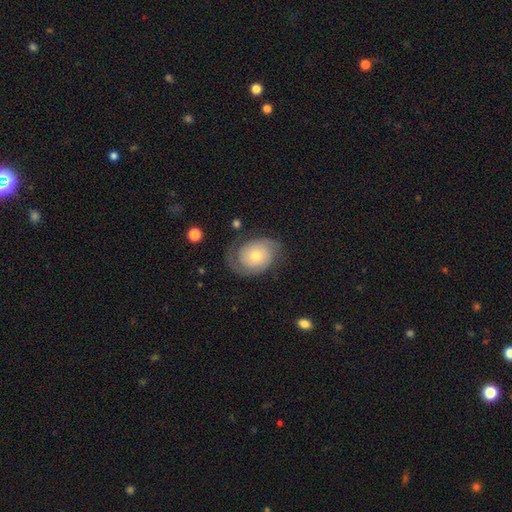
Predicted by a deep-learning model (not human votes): A featured or disk galaxy (73%) with no bar (79%), 2 (72%) tight (55%) spiral arms (92%) and a small central bulge (49%). Merging: none (67%).